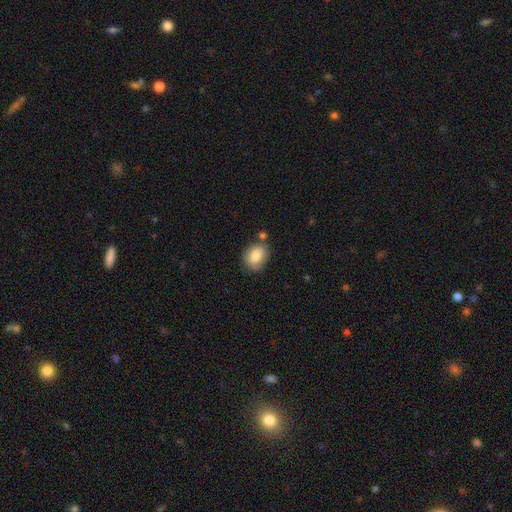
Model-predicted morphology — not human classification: smooth_or_featured: smooth (p=0.83) [alt: featured or disk p=0.10]
how_rounded: in between (p=0.62) [alt: round p=0.37]
merging: none (p=0.69) [alt: minor disturbance p=0.18]